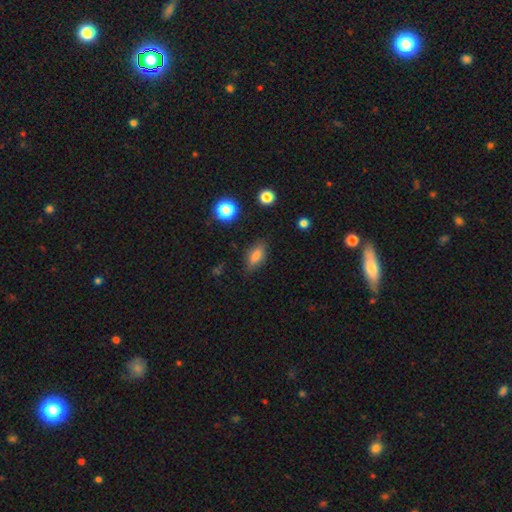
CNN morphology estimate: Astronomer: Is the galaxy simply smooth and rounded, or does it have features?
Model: smooth — 75%.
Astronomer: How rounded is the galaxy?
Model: in between — 76%.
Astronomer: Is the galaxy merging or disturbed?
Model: none — 78%.